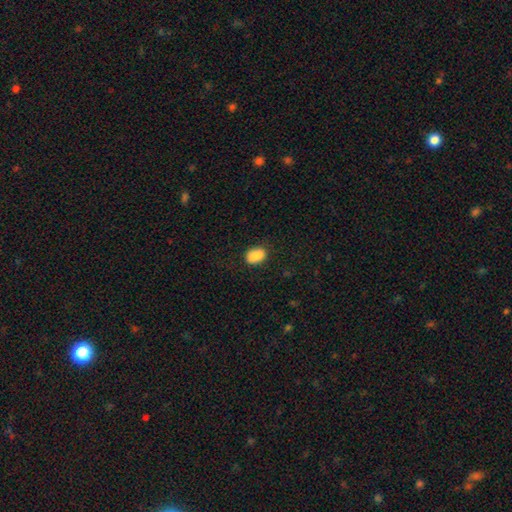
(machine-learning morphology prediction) A smooth galaxy with no disk features (89%) that is in between round and cigar-shaped (86%). Merging: none (84%).